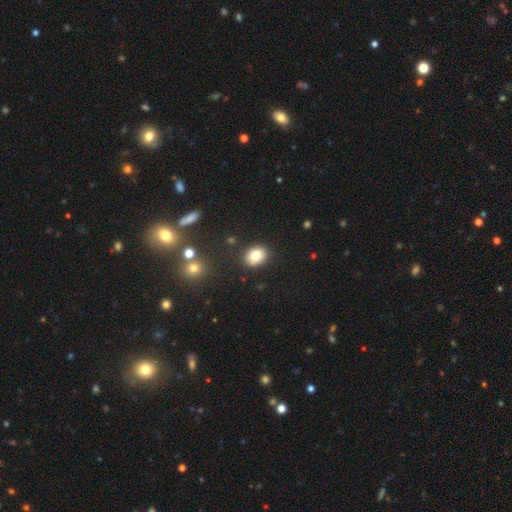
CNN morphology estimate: Overall: smooth (80%). How rounded: round (50%; in between 49%). Merging: none (88%).